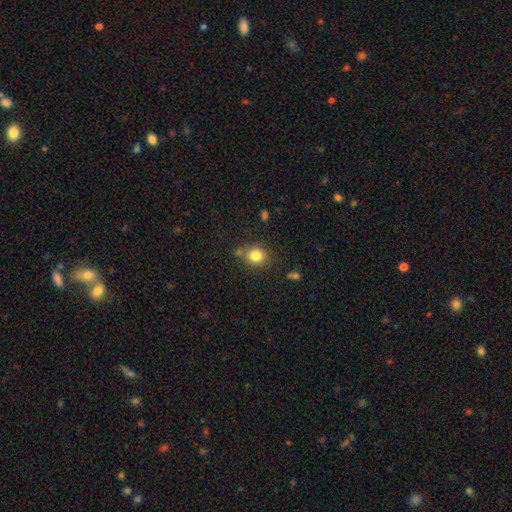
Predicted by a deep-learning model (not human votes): This appears to be a smooth galaxy with no disk features (81%) that is round (74%). Merging: none (76%).